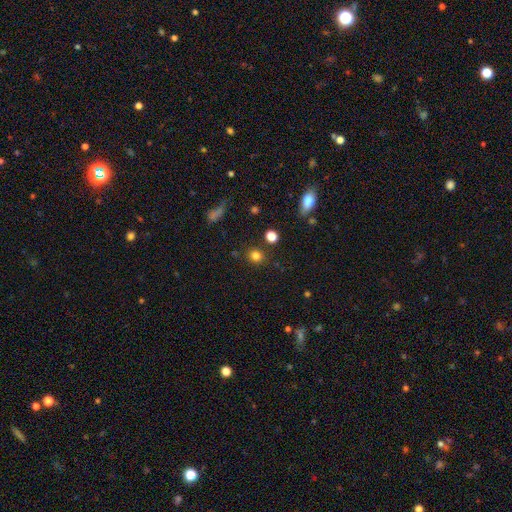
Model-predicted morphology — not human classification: smooth 81%, star or artifact 14%, featured or disk 5%. Down the decision tree: how rounded — round (86%); merging — none (86%).